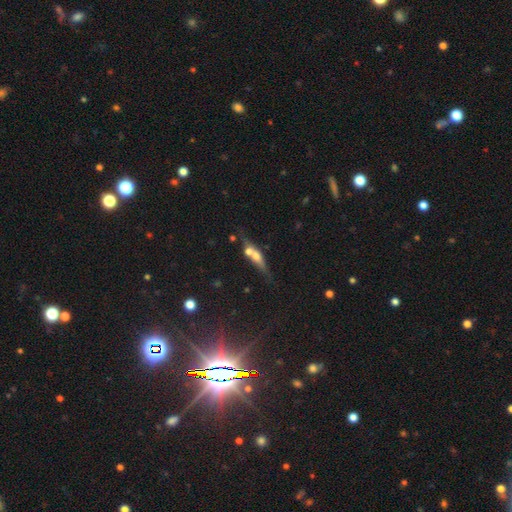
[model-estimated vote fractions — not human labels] Smooth or featured: featured or disk — 52% (smooth — 38%)
Edge-on disk: yes — 81% (no — 19%)
Merging: none — 50% (merger — 32%)